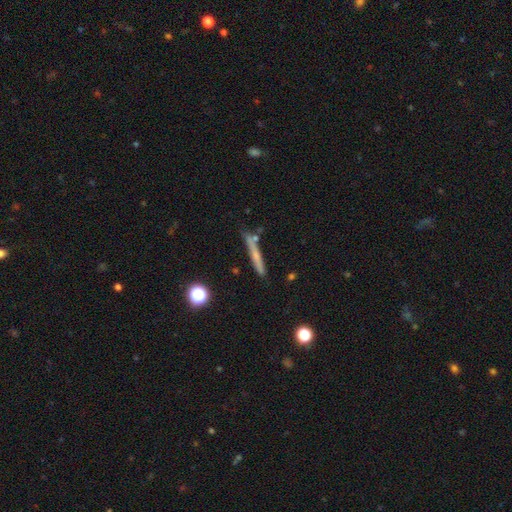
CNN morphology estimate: A smooth galaxy with no disk features (52%) that is cigar-shaped (93%).

Vote fractions:
- Smooth or featured? smooth: 52% / featured or disk: 38% / star or artifact: 10%
- How rounded? cigar-shaped: 93% / in between: 4% / round: 3%
- Merging? none: 75% / minor disturbance: 15% / merger: 7% / major disturbance: 4%